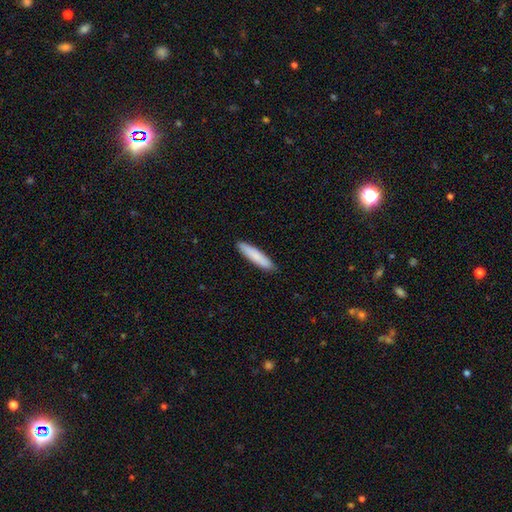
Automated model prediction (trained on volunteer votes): smooth_or_featured: smooth (p=0.85) [alt: featured or disk p=0.10]
how_rounded: cigar-shaped (p=0.86) [alt: in between p=0.12]
merging: none (p=0.90) [alt: minor disturbance p=0.07]